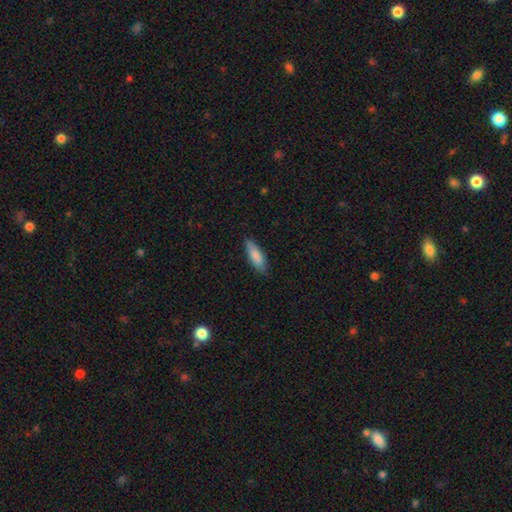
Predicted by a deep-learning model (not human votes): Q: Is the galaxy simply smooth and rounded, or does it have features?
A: smooth — 82%.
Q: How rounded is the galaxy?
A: in between — 52%.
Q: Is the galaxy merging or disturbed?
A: none — 81%.